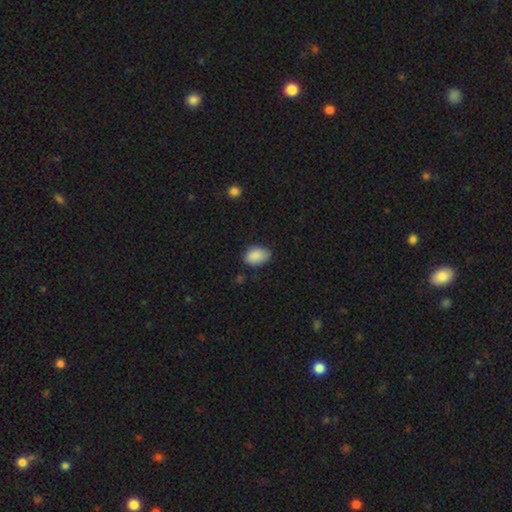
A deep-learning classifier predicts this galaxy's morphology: Smooth or featured? smooth (88%)
How rounded? in between (87%)
Merging? none (73%)